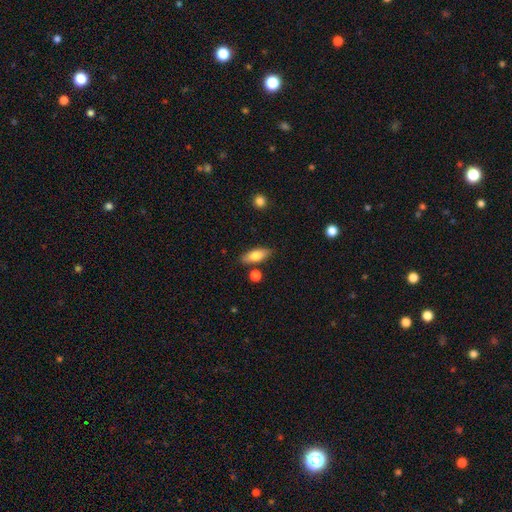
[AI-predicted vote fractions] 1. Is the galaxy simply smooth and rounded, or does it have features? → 75% smooth, 18% featured or disk, 7% star or artifact.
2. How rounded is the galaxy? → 71% in between, 26% cigar-shaped, 3% round.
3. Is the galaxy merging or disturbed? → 80% none, 12% minor disturbance, 5% merger, 3% major disturbance.